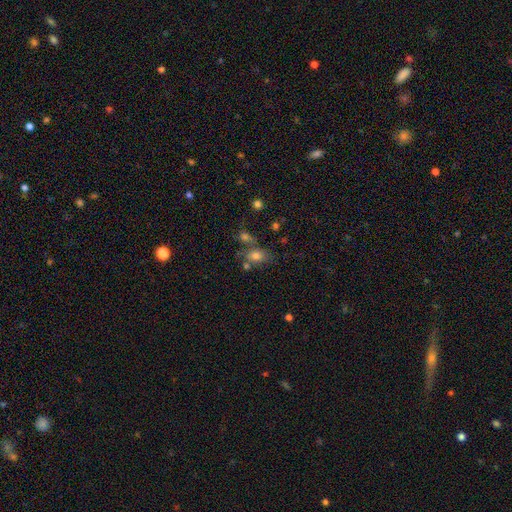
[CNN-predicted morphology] Smooth or featured? smooth (73%)
How rounded? in between (75%)
Merging? none (49%)